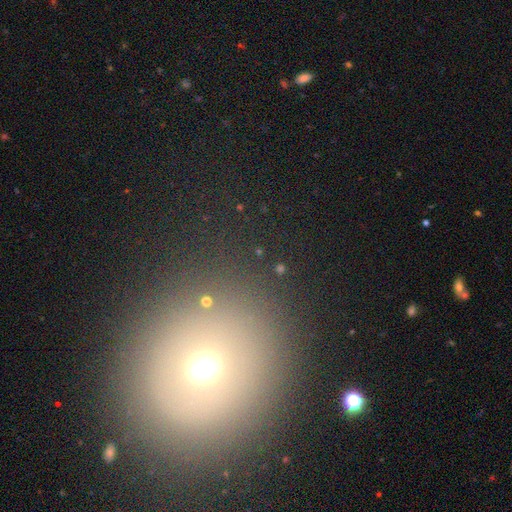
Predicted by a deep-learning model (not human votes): A smooth galaxy with no disk features (54%) that is round (86%). Merging: none (84%).